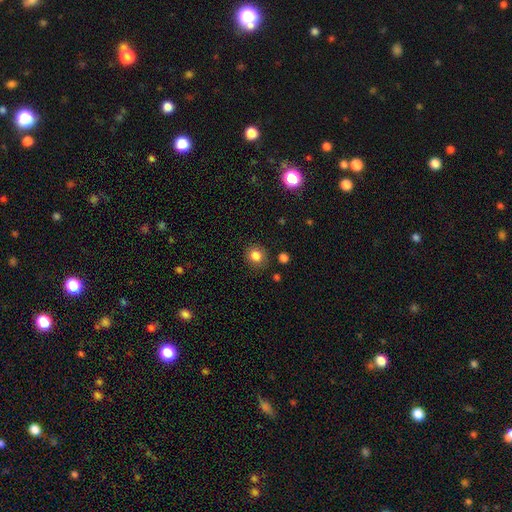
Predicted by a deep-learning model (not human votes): smooth-or-featured: smooth: 84% | star or artifact: 11% | featured or disk: 6%
  how-rounded: round: 80% | in between: 19% | cigar-shaped: 1%
  merging: none: 86% | minor disturbance: 9% | major disturbance: 3% | merger: 2%